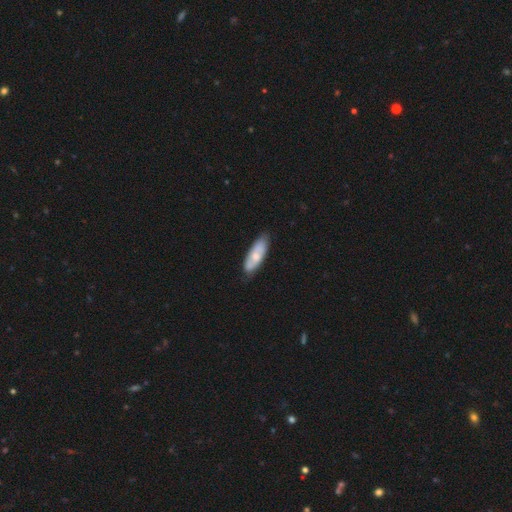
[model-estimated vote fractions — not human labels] smooth_or_featured: smooth (p=0.60) [alt: featured or disk p=0.35]
how_rounded: in between (p=0.66) [alt: cigar-shaped p=0.33]
merging: none (p=0.75) [alt: minor disturbance p=0.20]